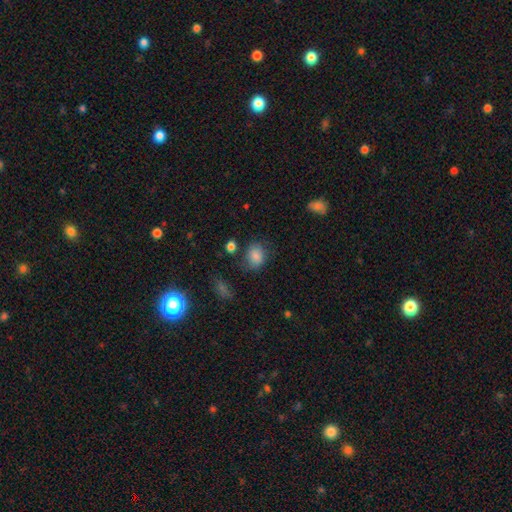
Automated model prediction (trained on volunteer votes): Morphology: type=smooth (82%); roundness=in between (51%); merging=none (67%).